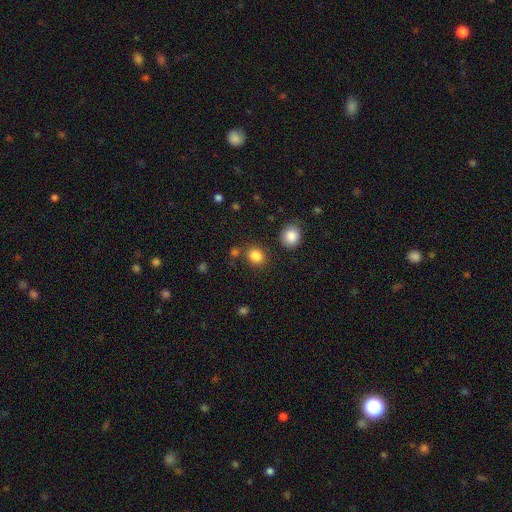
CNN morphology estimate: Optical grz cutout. It shows a smooth galaxy with no disk features (85%) that is round (67%). Merging: none (79%).